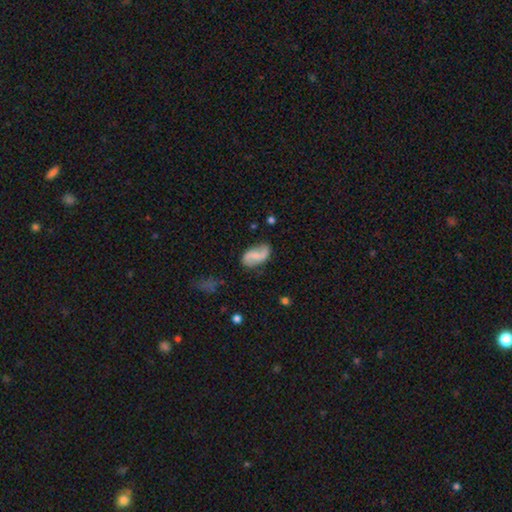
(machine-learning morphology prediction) Overall: featured or disk (65%; smooth 29%). Edge-on disk: no (97%). Bar: weak (43%; no 38%). Spiral arms: yes (90%). Spiral arm count: 2 (91%). Spiral winding: loose (68%). Bulge size: small (55%; moderate 27%). Merging: none (77%).